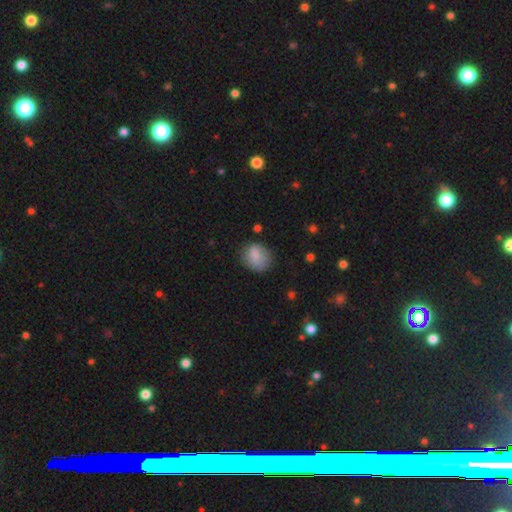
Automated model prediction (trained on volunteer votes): Overall: smooth (82%). How rounded: round (60%; in between 39%). Merging: none (68%).